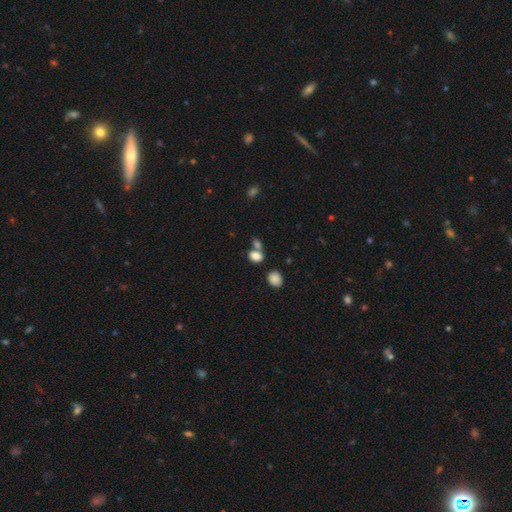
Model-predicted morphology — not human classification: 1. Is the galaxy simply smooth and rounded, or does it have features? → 83% smooth, 11% star or artifact, 6% featured or disk.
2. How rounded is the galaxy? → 69% in between, 29% round, 2% cigar-shaped.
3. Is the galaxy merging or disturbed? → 48% none, 38% merger, 10% minor disturbance, 4% major disturbance.